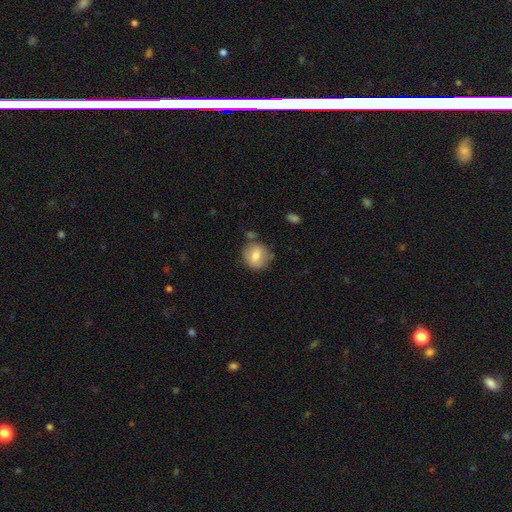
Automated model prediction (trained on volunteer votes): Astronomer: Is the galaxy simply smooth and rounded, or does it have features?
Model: smooth — 73%.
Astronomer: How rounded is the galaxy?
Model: round — 76%.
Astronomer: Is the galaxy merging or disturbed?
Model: none — 72%.